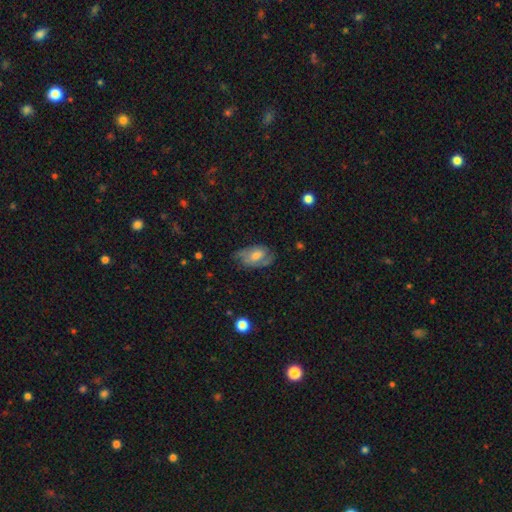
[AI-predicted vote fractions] smooth_or_featured: featured or disk (p=0.58) [alt: smooth p=0.34]
disk_edge_on: no (p=0.94) [alt: yes p=0.06]
bar: no (p=0.53) [alt: weak p=0.38]
has_spiral_arms: yes (p=0.80) [alt: no p=0.20]
bulge_size: moderate (p=0.54) [alt: small p=0.28]
merging: none (p=0.59) [alt: minor disturbance p=0.26]